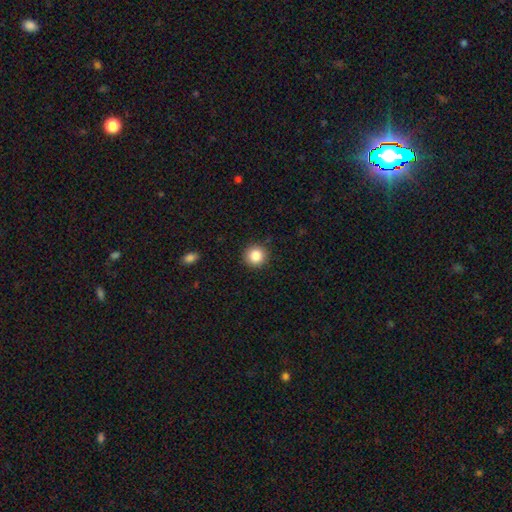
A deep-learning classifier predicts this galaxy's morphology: Q: Smooth or featured?
A: smooth (86%); runner-up: star or artifact (10%)
Q: How rounded?
A: round (94%); runner-up: in between (5%)
Q: Merging?
A: none (90%); runner-up: minor disturbance (7%)